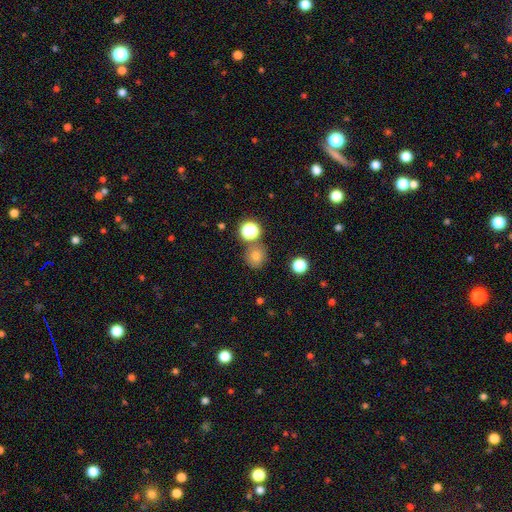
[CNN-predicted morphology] Smooth or featured: smooth — 75% (star or artifact — 18%)
How rounded: round — 87% (in between — 12%)
Merging: none — 74% (merger — 12%)